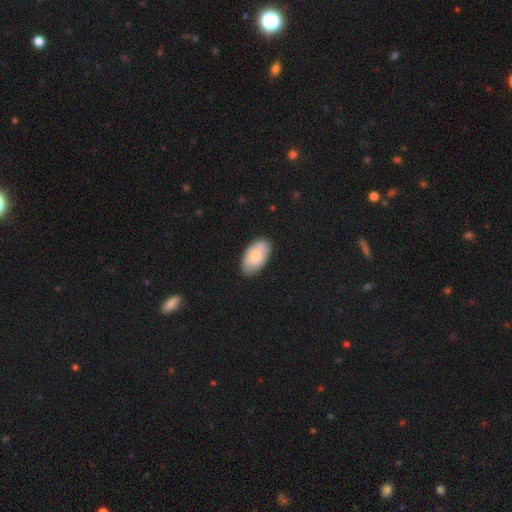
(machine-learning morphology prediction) Q: Smooth or featured?
A: smooth (78%); runner-up: featured or disk (17%)
Q: How rounded?
A: in between (95%); runner-up: round (3%)
Q: Merging?
A: none (83%); runner-up: minor disturbance (13%)